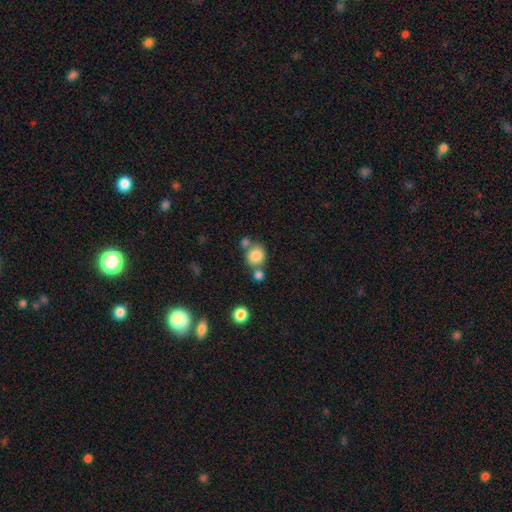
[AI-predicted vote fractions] Overall: smooth (83%). How rounded: round (79%). Merging: none (57%; merger 26%).